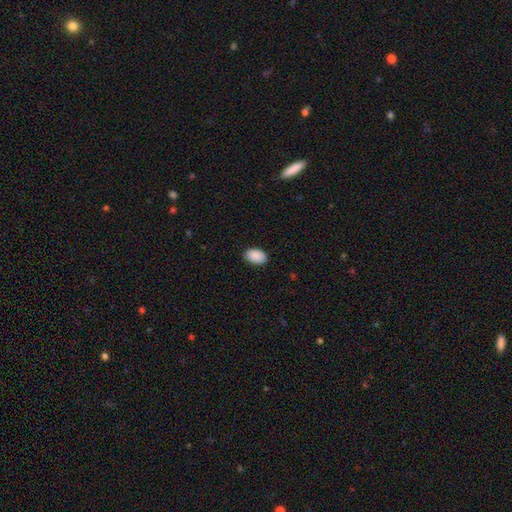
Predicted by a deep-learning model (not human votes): Smooth or featured? Predicted: smooth (p=0.91). How rounded? Predicted: in between (p=0.91). Merging? Predicted: none (p=0.88).